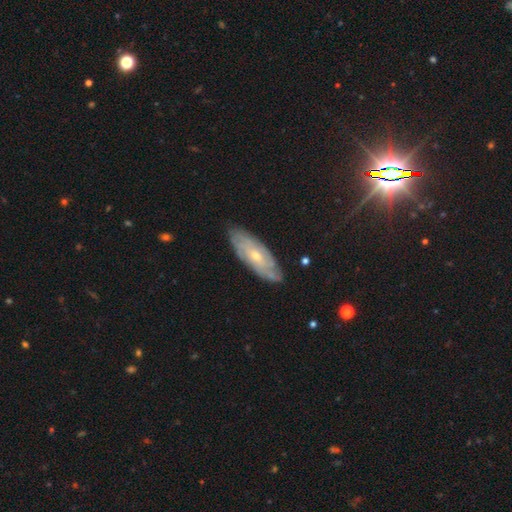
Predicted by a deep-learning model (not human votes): featured or disk 69%, smooth 23%, star or artifact 8%. Down the decision tree: edge-on disk — no (80%); bar — no (72%); spiral arms — yes (83%); bulge size — small (60%); merging — none (81%).